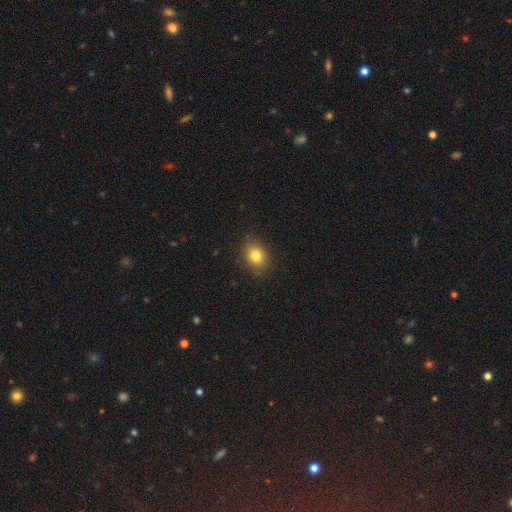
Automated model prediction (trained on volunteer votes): Smooth or featured? Predicted: smooth (p=0.81). How rounded? Predicted: in between (p=0.54). Merging? Predicted: none (p=0.85).